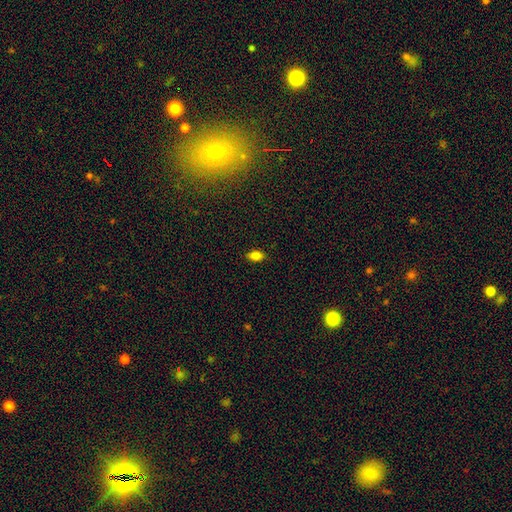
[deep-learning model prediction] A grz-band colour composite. It shows a smooth galaxy with no disk features (82%) that is in between round and cigar-shaped (87%). Merging: none (85%).